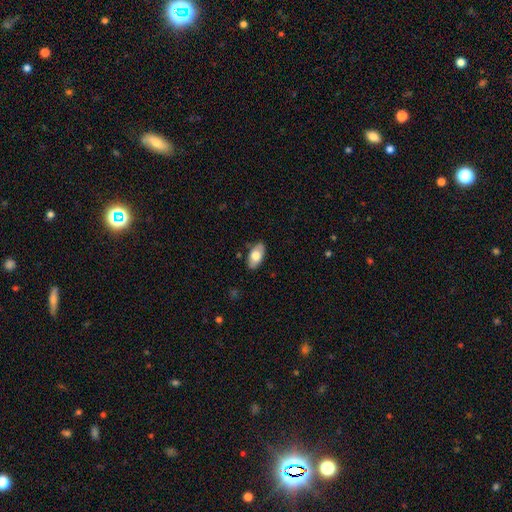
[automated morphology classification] type=smooth (70%); roundness=in between (94%); merging=none (85%).